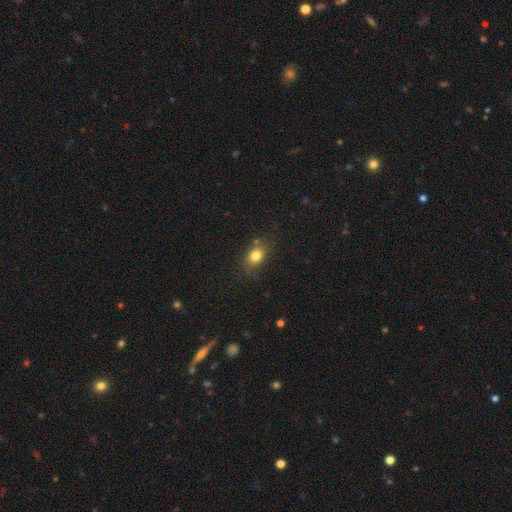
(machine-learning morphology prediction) smooth-or-featured: smooth: 80% | star or artifact: 11% | featured or disk: 8%
  how-rounded: in between: 61% | round: 37% | cigar-shaped: 2%
  merging: none: 74% | minor disturbance: 17% | major disturbance: 5% | merger: 4%